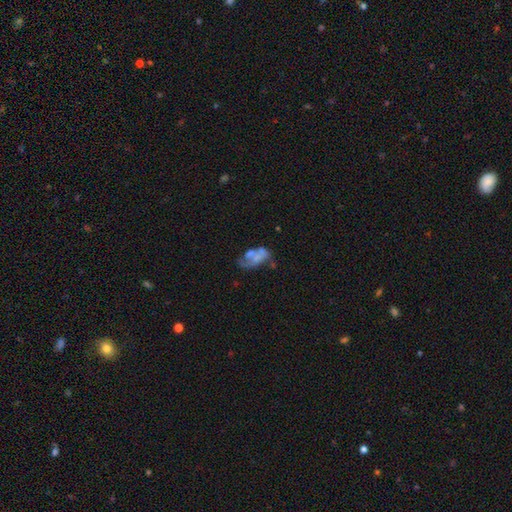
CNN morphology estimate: Overall: featured or disk (57%; smooth 32%). Edge-on disk: no (97%). Bar: no (85%). Spiral arms: no (73%). Bulge size: none (63%). Merging: major disturbance (29%; none 28%).